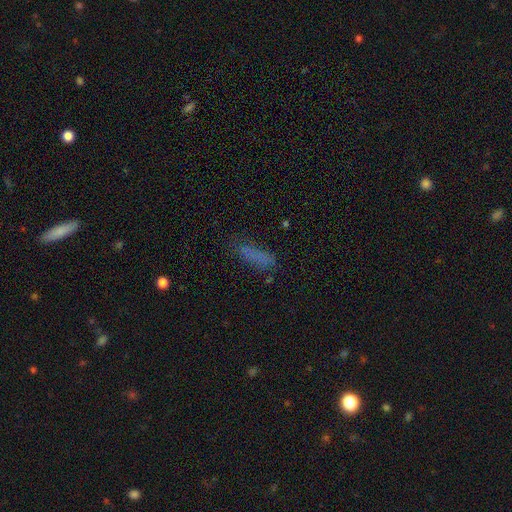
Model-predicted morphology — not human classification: Smooth or featured: smooth — 71% (star or artifact — 16%)
How rounded: cigar-shaped — 58% (in between — 39%)
Merging: none — 64% (minor disturbance — 21%)